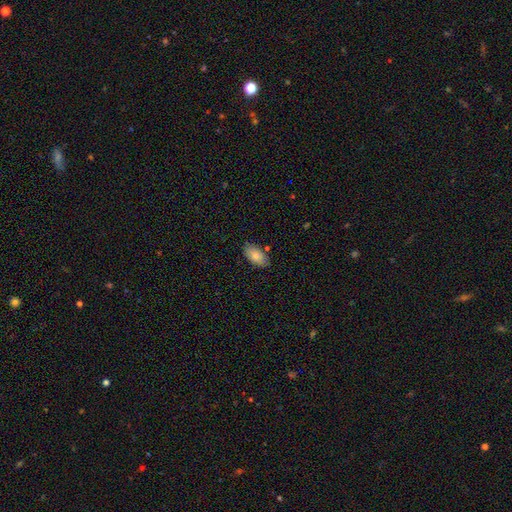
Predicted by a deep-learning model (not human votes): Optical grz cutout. It shows a smooth galaxy with no disk features (84%) that is in between round and cigar-shaped (94%). Merging: none (82%).